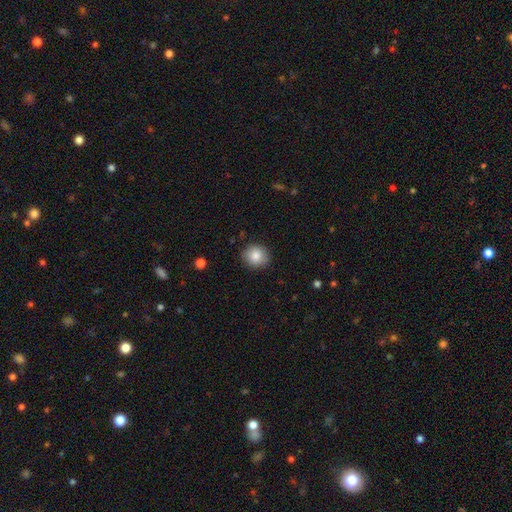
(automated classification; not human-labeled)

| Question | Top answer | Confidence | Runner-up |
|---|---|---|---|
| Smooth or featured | smooth | 85% | star or artifact (8%) |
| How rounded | round | 83% | in between (16%) |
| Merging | none | 87% | minor disturbance (10%) |